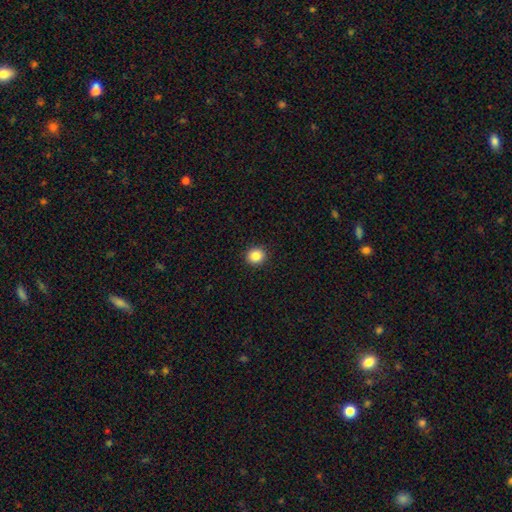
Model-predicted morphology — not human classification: smooth-or-featured: smooth: 85% | star or artifact: 10% | featured or disk: 5%
  how-rounded: round: 91% | in between: 8% | cigar-shaped: 1%
  merging: none: 93% | minor disturbance: 5% | major disturbance: 2% | merger: 1%